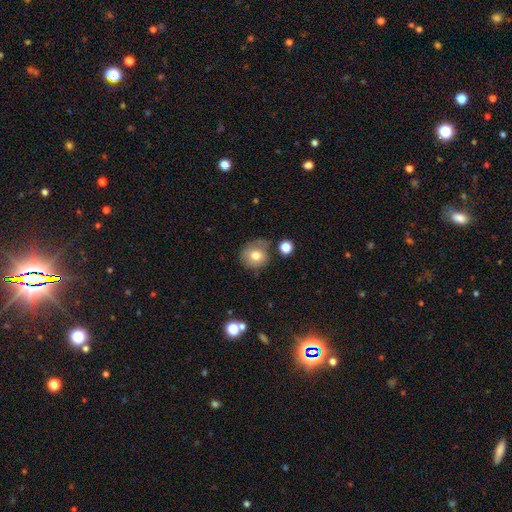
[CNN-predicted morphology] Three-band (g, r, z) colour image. It shows a smooth galaxy with no disk features (75%) that is round (83%). Merging: none (64%).